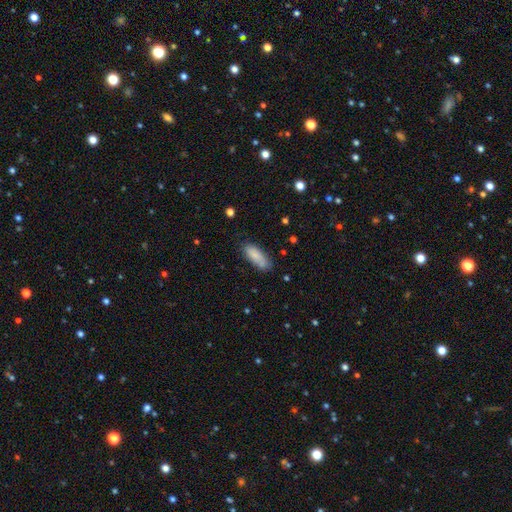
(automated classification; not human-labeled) Smooth or featured? smooth (80%)
How rounded? in between (75%)
Merging? none (66%)